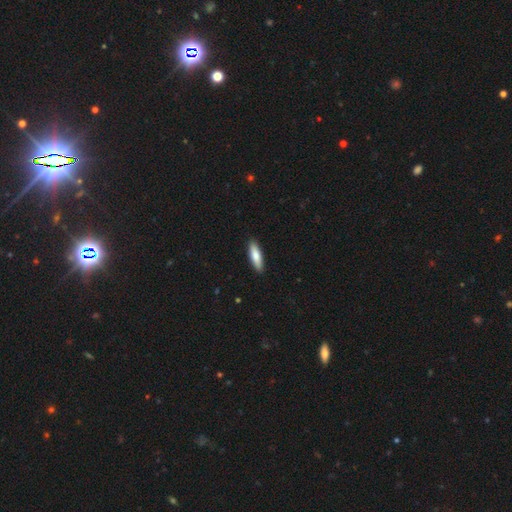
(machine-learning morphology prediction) Smooth or featured?
  - smooth: 77% *
  - featured or disk: 18%
  - star or artifact: 5%
How rounded?
  - cigar-shaped: 63% *
  - in between: 35%
  - round: 2%
Merging?
  - none: 91% *
  - minor disturbance: 7%
  - major disturbance: 1%
  - merger: 1%